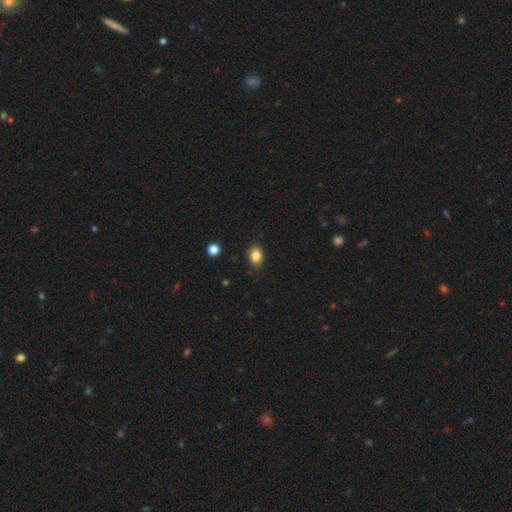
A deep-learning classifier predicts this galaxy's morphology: This is clearly a smooth galaxy (83%). How rounded: likely in between (70%). Merging: clearly none (83%).